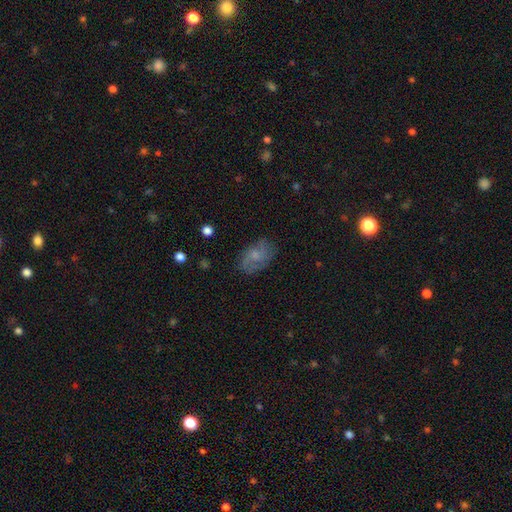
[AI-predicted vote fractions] A featured or disk galaxy (48%).

Vote fractions:
- Smooth or featured? featured or disk: 48% / smooth: 42% / star or artifact: 10%
- Merging? none: 72% / minor disturbance: 19% / major disturbance: 8% / merger: 1%